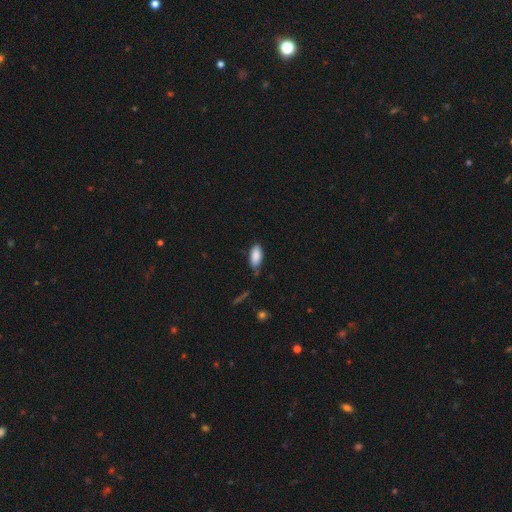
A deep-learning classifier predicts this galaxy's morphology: Smooth or featured? Predicted: smooth (p=0.87). How rounded? Predicted: in between (p=0.88). Merging? Predicted: none (p=0.71).